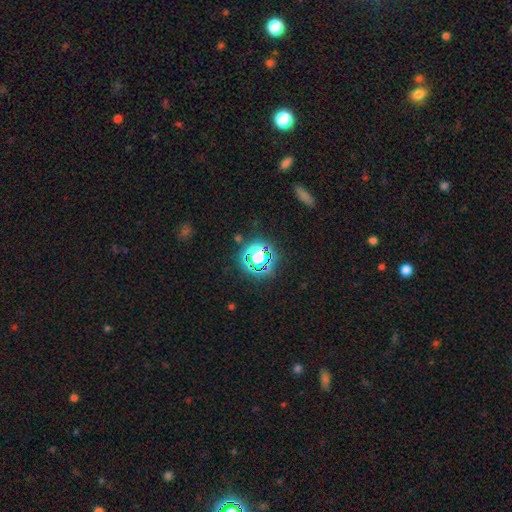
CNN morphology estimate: This is possibly a star or artifact rather than a galaxy (58%).